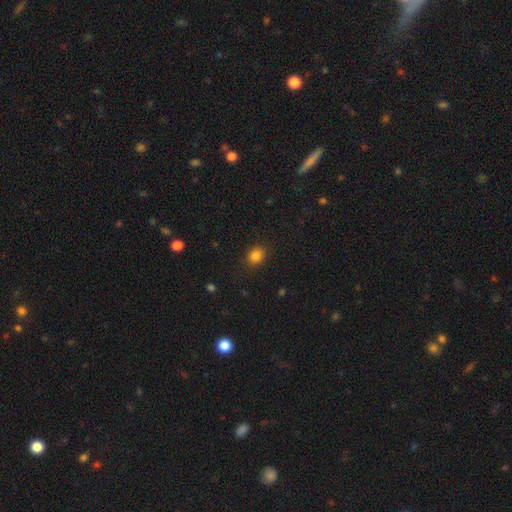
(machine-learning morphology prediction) Smooth or featured? smooth (83%)
How rounded? round (55%)
Merging? none (87%)